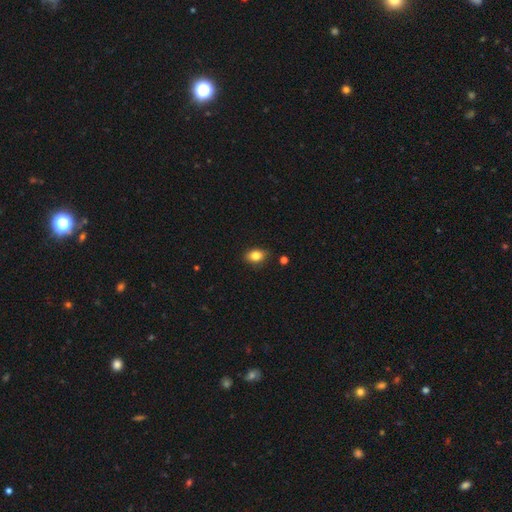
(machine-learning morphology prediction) Q: Smooth or featured?
A: smooth (82%); runner-up: star or artifact (9%)
Q: How rounded?
A: in between (79%); runner-up: round (19%)
Q: Merging?
A: none (85%); runner-up: minor disturbance (12%)